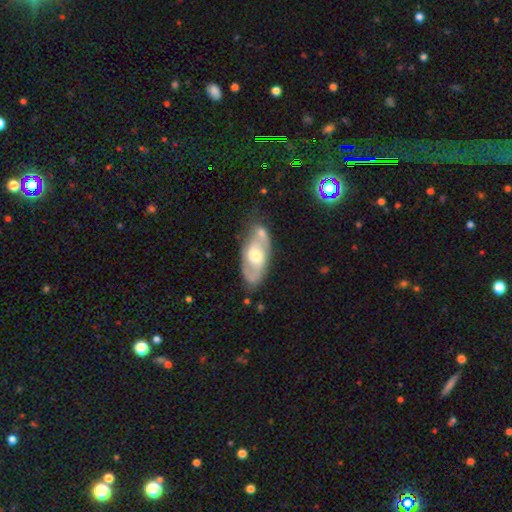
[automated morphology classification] Smooth or featured?
  - featured or disk: 73% *
  - smooth: 22%
  - star or artifact: 5%
Edge-on disk?
  - no: 91% *
  - yes: 9%
Bar?
  - no: 56% *
  - weak: 35%
  - strong: 9%
Spiral arms?
  - yes: 77% *
  - no: 23%
Spiral winding?
  - medium: 48% *
  - tight: 30%
  - loose: 22%
Spiral arm count?
  - 2: 78% *
  - can't tell: 14%
  - 1: 4%
  - 3: 2%
  - 4: 1%
  - more than 4: 1%
Bulge size?
  - moderate: 68% *
  - small: 18%
  - large: 12%
  - none: 1%
  - dominant: 1%
Merging?
  - none: 62% *
  - minor disturbance: 20%
  - merger: 11%
  - major disturbance: 7%